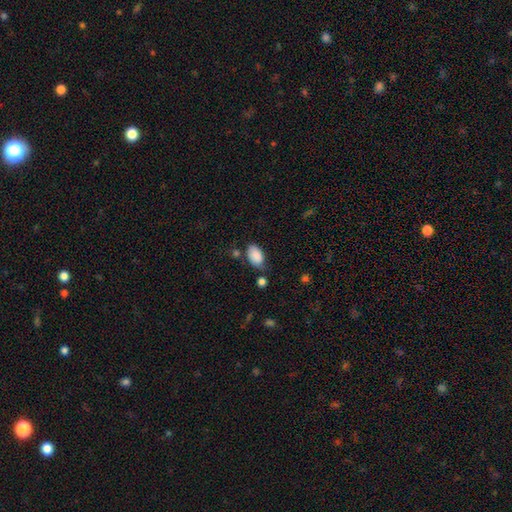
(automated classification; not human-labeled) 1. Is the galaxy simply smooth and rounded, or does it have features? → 88% smooth, 7% star or artifact, 5% featured or disk.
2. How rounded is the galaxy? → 93% in between, 6% round, 1% cigar-shaped.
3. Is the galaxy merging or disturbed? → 67% none, 21% minor disturbance, 6% merger, 5% major disturbance.